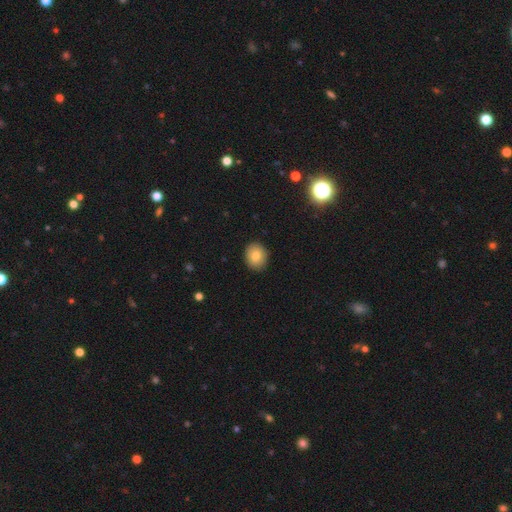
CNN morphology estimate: Smooth or featured: smooth — 81% (featured or disk — 10%)
How rounded: round — 62% (in between — 37%)
Merging: none — 90% (minor disturbance — 7%)